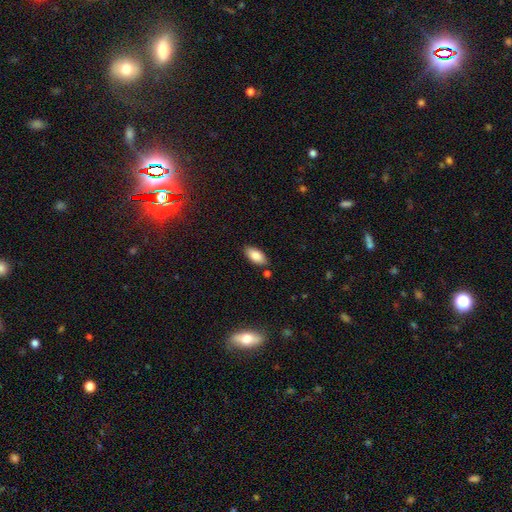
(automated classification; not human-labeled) smooth_or_featured: smooth (p=0.83) [alt: featured or disk p=0.09]
how_rounded: in between (p=0.91) [alt: cigar-shaped p=0.07]
merging: none (p=0.83) [alt: minor disturbance p=0.11]